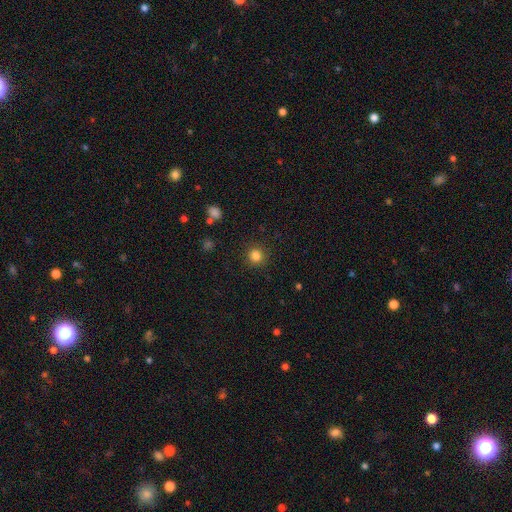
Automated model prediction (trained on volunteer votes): smooth_or_featured: smooth (p=0.83) [alt: star or artifact p=0.12]
how_rounded: round (p=0.93) [alt: in between p=0.06]
merging: none (p=0.90) [alt: minor disturbance p=0.06]